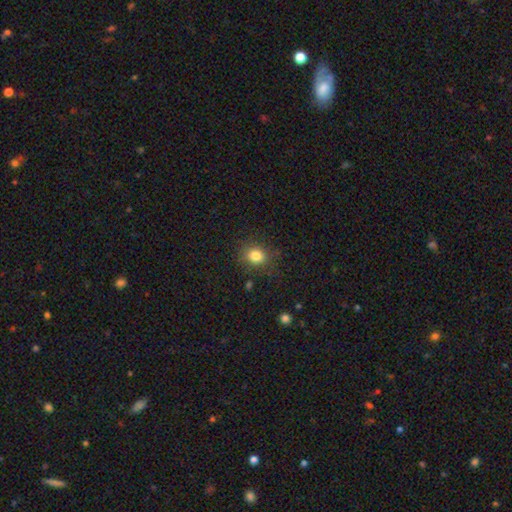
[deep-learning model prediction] Overall: smooth (82%). How rounded: round (73%). Merging: none (83%).